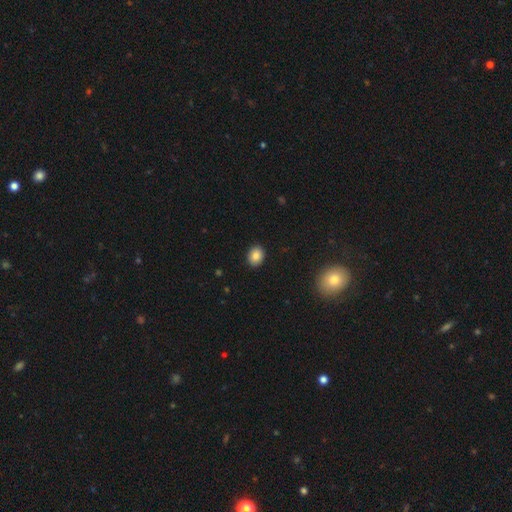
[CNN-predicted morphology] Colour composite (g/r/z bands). It shows a smooth galaxy with no disk features (84%) that is in between round and cigar-shaped (55%). Merging: none (90%).